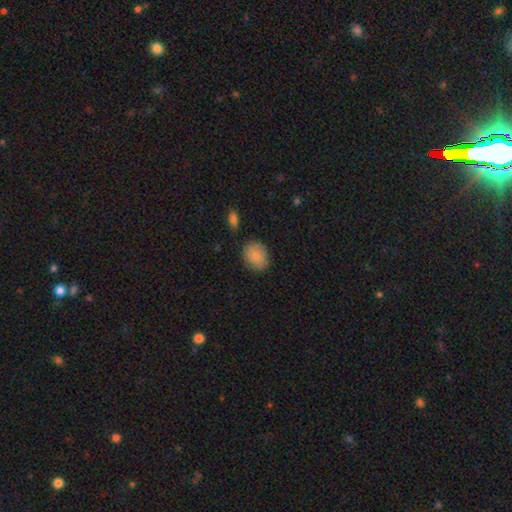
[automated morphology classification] Smooth or featured: smooth — 86% (featured or disk — 7%)
How rounded: in between — 60% (round — 39%)
Merging: none — 81% (minor disturbance — 14%)